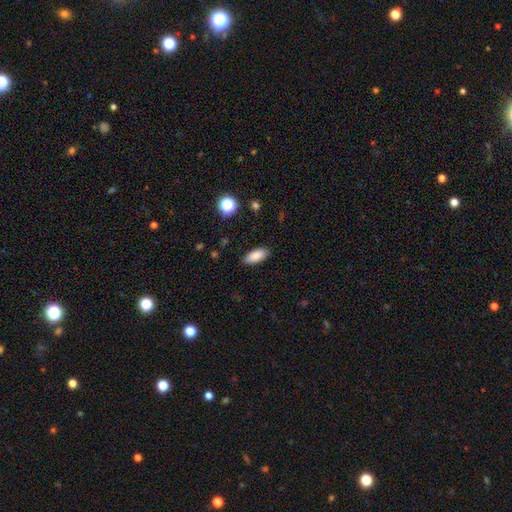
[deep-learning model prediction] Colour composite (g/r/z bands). It shows a smooth galaxy with no disk features (87%) that is in between round and cigar-shaped (85%). Merging: none (88%).